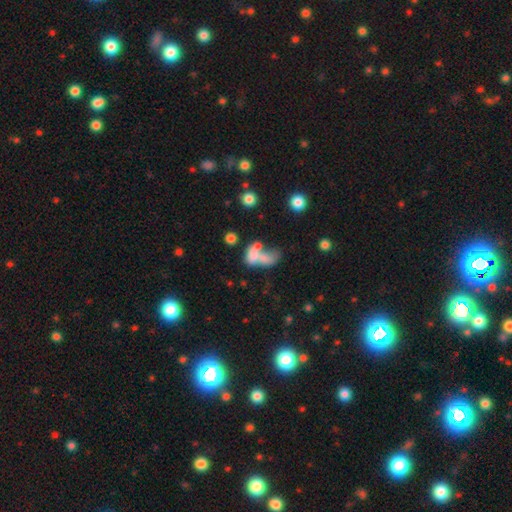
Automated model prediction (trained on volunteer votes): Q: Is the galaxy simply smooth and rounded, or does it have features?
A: smooth — 60%.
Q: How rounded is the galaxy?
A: in between — 81%.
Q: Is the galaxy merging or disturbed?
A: merger — 63%.